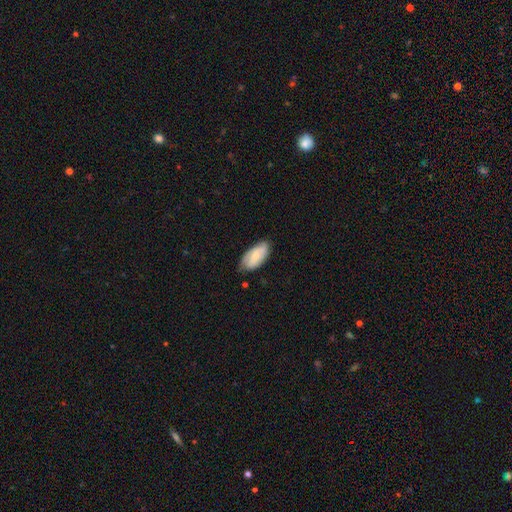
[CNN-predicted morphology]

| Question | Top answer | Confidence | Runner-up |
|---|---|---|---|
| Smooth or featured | smooth | 59% | featured or disk (35%) |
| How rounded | in between | 92% | cigar-shaped (5%) |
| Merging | none | 68% | minor disturbance (26%) |